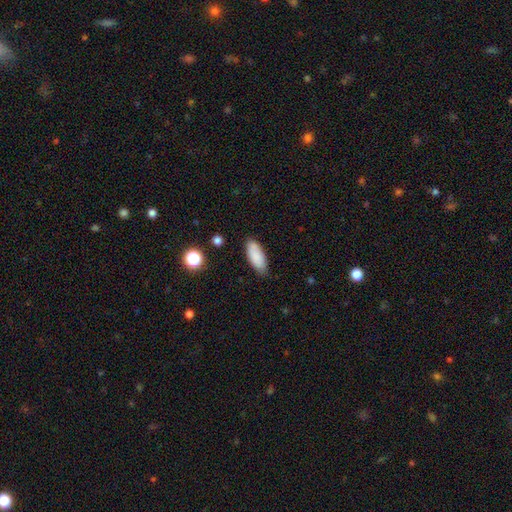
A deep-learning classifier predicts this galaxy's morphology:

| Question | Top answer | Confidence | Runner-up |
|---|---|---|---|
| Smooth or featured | smooth | 87% | star or artifact (7%) |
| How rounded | in between | 81% | cigar-shaped (17%) |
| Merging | none | 82% | minor disturbance (14%) |